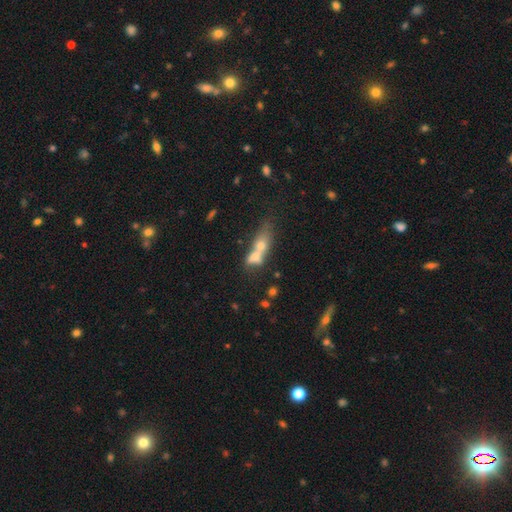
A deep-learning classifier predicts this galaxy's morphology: Overall: smooth (55%; featured or disk 31%). How rounded: in between (51%; cigar-shaped 32%). Merging: merger (60%; none 21%).